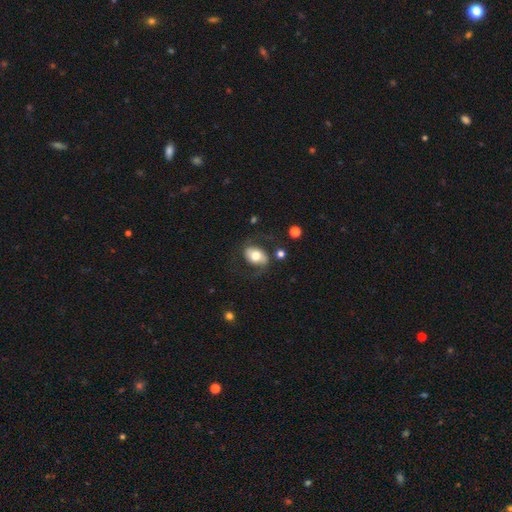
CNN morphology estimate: smooth 53%, featured or disk 40%, star or artifact 7%. Down the decision tree: how rounded — in between (81%); merging — none (64%).